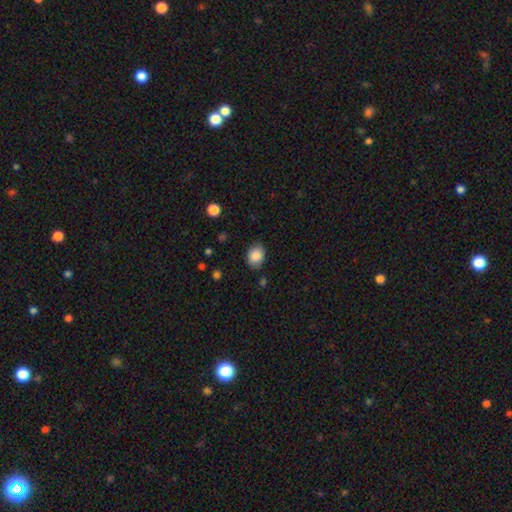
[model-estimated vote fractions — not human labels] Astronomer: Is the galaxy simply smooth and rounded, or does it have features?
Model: smooth — 87%.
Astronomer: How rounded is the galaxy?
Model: in between — 56% (runner-up: round, 43%).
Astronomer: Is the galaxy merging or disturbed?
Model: none — 82%.